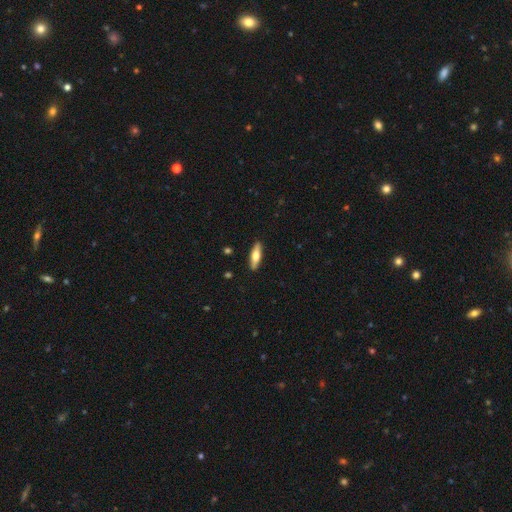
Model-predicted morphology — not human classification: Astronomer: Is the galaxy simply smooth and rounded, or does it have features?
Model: smooth — 59% (runner-up: featured or disk, 35%).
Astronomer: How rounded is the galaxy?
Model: cigar-shaped — 56% (runner-up: in between, 42%).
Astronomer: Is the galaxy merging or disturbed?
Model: none — 90%.